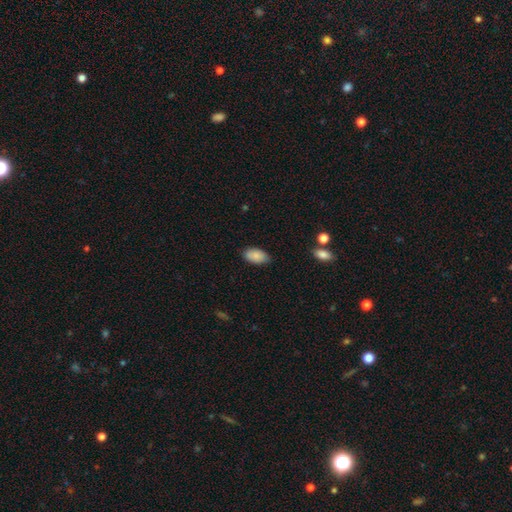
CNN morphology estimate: Smooth or featured? smooth (86%)
How rounded? in between (94%)
Merging? none (83%)